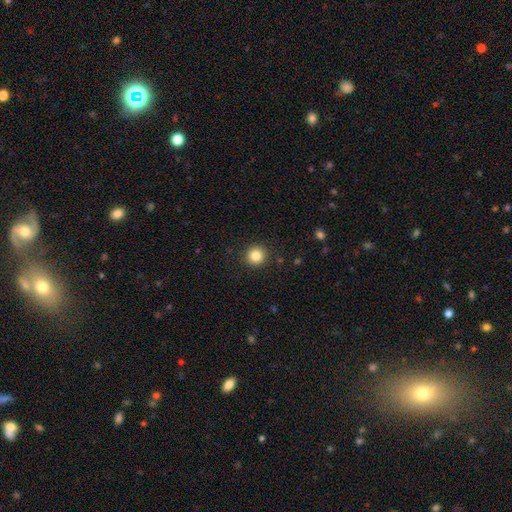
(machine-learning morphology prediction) type=smooth (85%); roundness=round (94%); merging=none (92%).